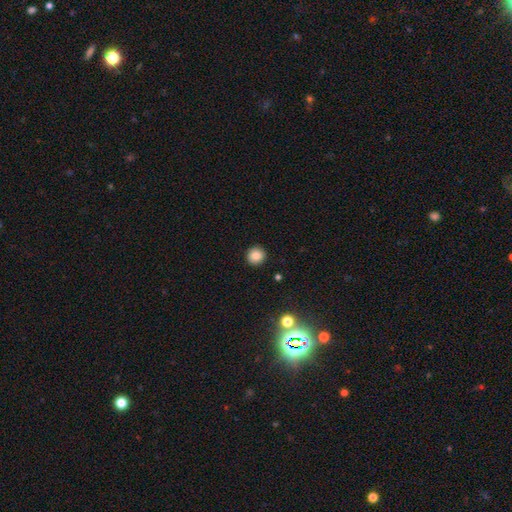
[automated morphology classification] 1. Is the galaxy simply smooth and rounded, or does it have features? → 84% smooth, 11% star or artifact, 5% featured or disk.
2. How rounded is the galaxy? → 95% round, 4% in between, 1% cigar-shaped.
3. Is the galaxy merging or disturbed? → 92% none, 5% minor disturbance, 2% major disturbance, 1% merger.